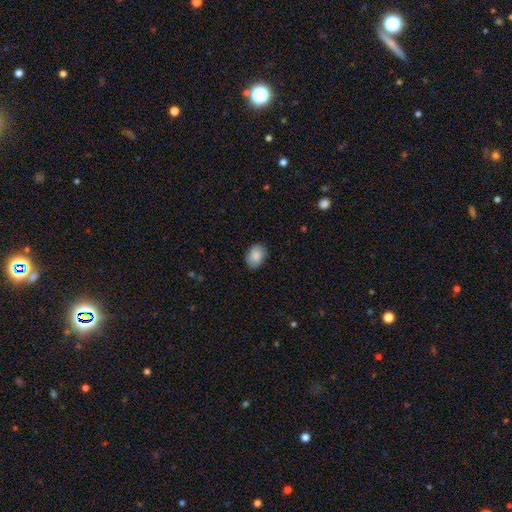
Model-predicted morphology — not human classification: This appears to be a smooth galaxy with no disk features (87%) that is in between round and cigar-shaped (76%). Merging: none (85%).